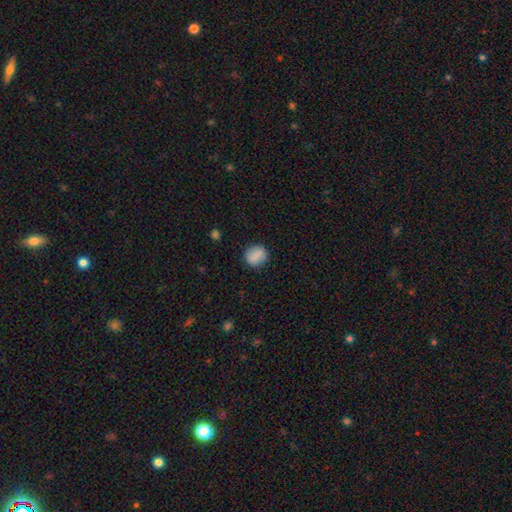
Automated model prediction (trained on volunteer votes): Smooth or featured? smooth (86%)
How rounded? round (75%)
Merging? none (85%)